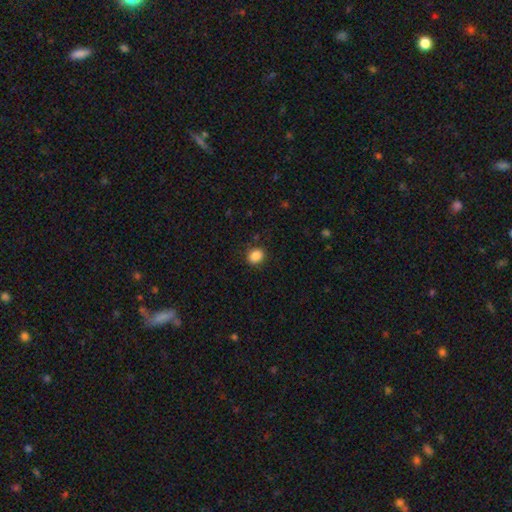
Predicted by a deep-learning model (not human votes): Smooth or featured? smooth (87%)
How rounded? round (66%)
Merging? none (86%)